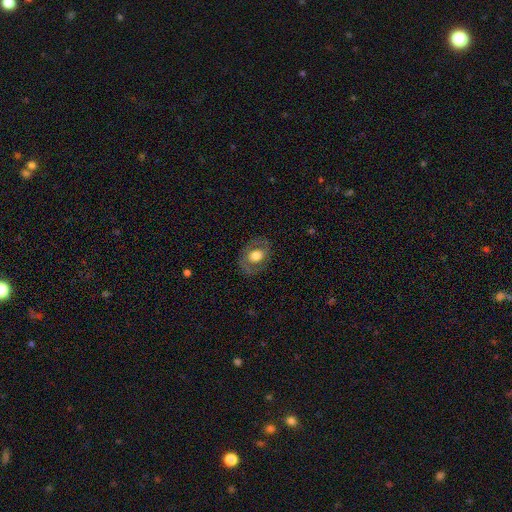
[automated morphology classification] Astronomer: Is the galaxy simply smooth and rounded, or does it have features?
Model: smooth — 49% (runner-up: featured or disk, 44%).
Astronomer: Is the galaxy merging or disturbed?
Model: none — 80%.